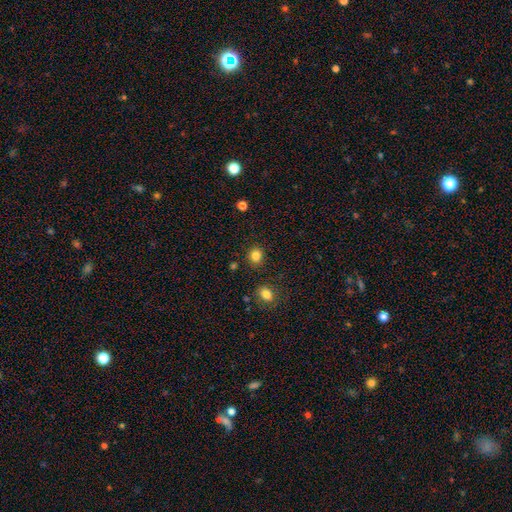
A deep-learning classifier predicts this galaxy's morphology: A smooth galaxy with no disk features (84%) that is round (80%). Merging: none (88%).